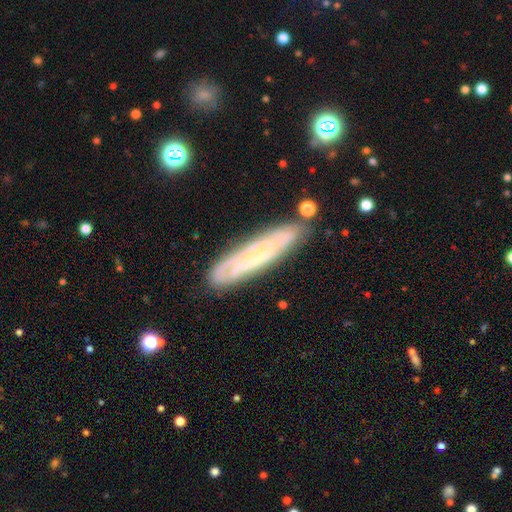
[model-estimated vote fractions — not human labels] Q: Smooth or featured?
A: featured or disk (70%); runner-up: smooth (22%)
Q: Edge-on disk?
A: no (61%); runner-up: yes (39%)
Q: Merging?
A: none (80%); runner-up: minor disturbance (14%)